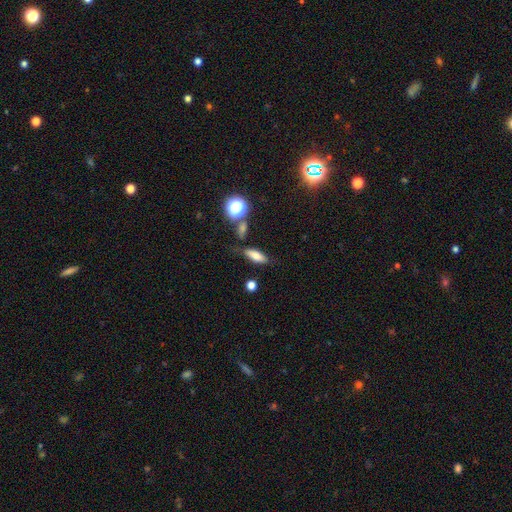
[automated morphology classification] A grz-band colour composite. It shows a smooth galaxy with no disk features (73%) that is in between round and cigar-shaped (60%). Merging: none (68%).